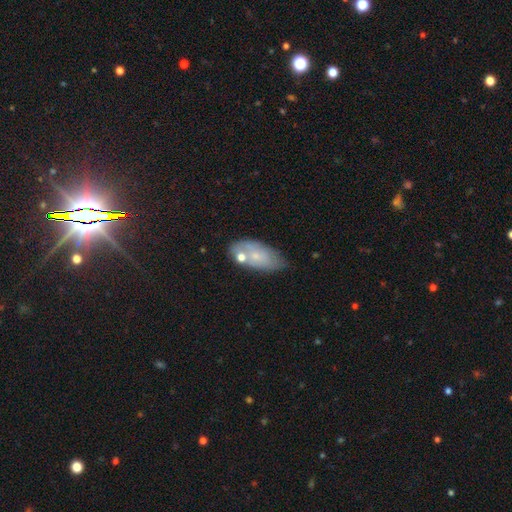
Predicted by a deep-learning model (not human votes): Morphology: type=smooth (58%); roundness=in between (91%); merging=none (52%).